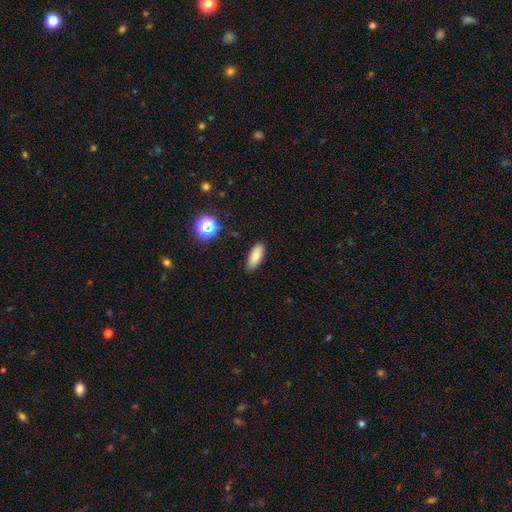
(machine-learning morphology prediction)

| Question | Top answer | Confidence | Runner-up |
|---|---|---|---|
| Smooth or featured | smooth | 83% | star or artifact (10%) |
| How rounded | in between | 76% | cigar-shaped (21%) |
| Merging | none | 87% | minor disturbance (9%) |